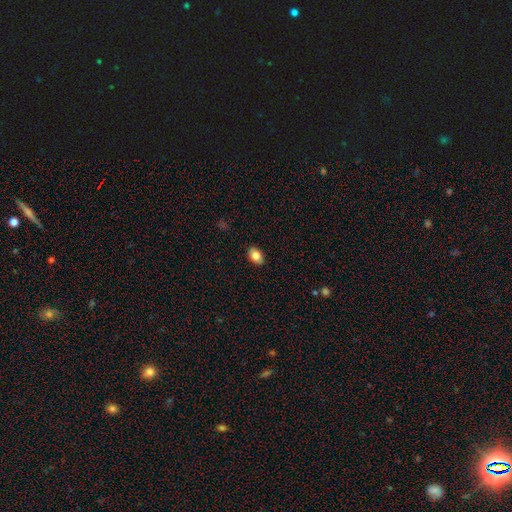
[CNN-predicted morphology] smooth-or-featured: smooth: 83% | featured or disk: 9% | star or artifact: 8%
  how-rounded: in between: 80% | round: 19% | cigar-shaped: 1%
  merging: none: 88% | minor disturbance: 9% | major disturbance: 2% | merger: 1%